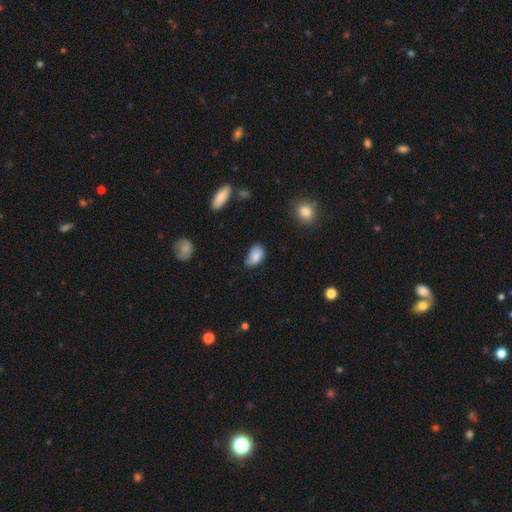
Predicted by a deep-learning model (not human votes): A smooth galaxy with no disk features (79%) that is in between round and cigar-shaped (90%). Merging: none (49%).